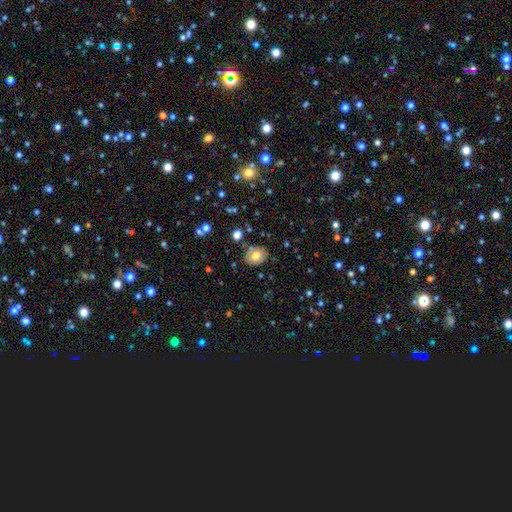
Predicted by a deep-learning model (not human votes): Smooth or featured?
  - smooth: 67% *
  - featured or disk: 23%
  - star or artifact: 10%
How rounded?
  - in between: 51% *
  - round: 48%
  - cigar-shaped: 1%
Merging?
  - none: 80% *
  - minor disturbance: 13%
  - merger: 3%
  - major disturbance: 3%